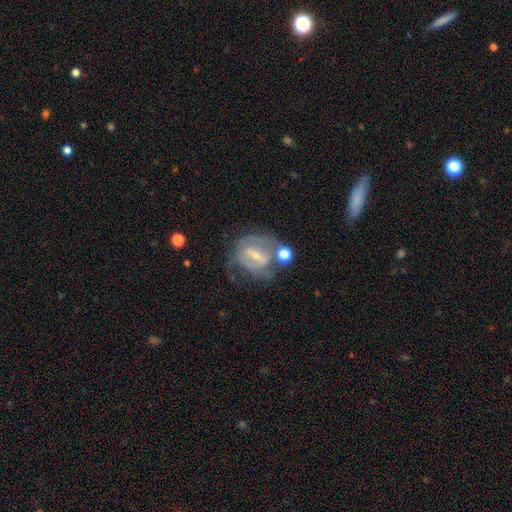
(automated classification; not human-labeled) Overall: featured or disk (71%). Edge-on disk: no (95%). Bar: weak (41%, tied with strong). Spiral arms: yes (63%; no 37%). Bulge size: small (58%; moderate 35%). Merging: none (42%; minor disturbance 21%).